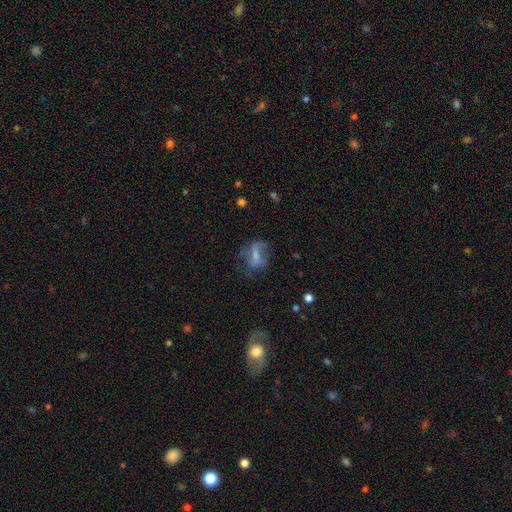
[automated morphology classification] Smooth or featured?
  - featured or disk: 45% * (tied)
  - smooth: 45% * (tied)
  - star or artifact: 10%
Merging?
  - none: 47% *
  - major disturbance: 26%
  - minor disturbance: 24%
  - merger: 3%